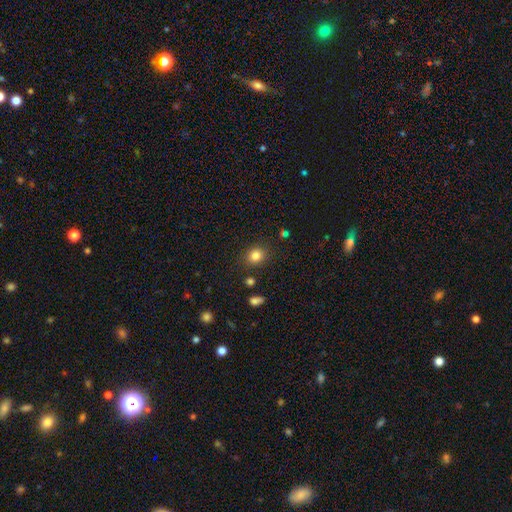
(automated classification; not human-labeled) Smooth or featured? smooth (83%)
How rounded? round (65%)
Merging? none (84%)